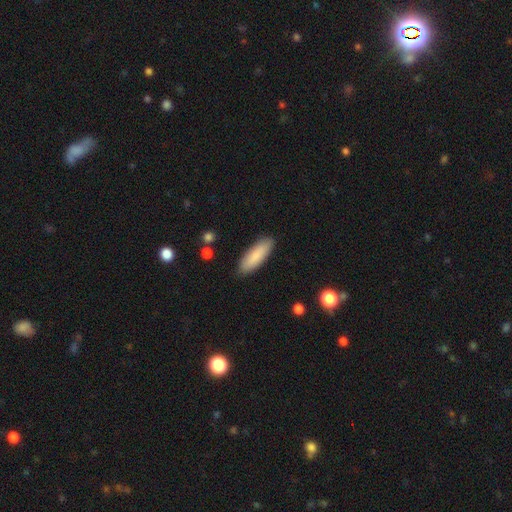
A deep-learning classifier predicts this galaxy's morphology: Smooth or featured? Predicted: smooth (p=0.85). How rounded? Predicted: in between (p=0.54). Merging? Predicted: none (p=0.89).